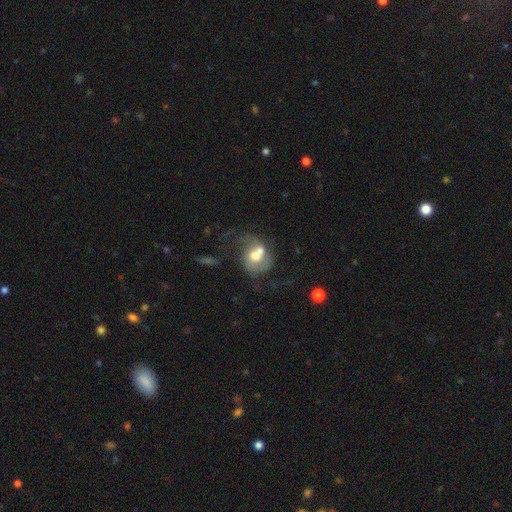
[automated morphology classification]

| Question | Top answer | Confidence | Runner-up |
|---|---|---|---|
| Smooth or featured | featured or disk | 56% | smooth (36%) |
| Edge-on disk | no | 97% | yes (3%) |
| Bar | no | 71% | weak (24%) |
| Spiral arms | yes | 67% | no (33%) |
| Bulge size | moderate | 58% | large (23%) |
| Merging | merger | 49% | none (21%) |